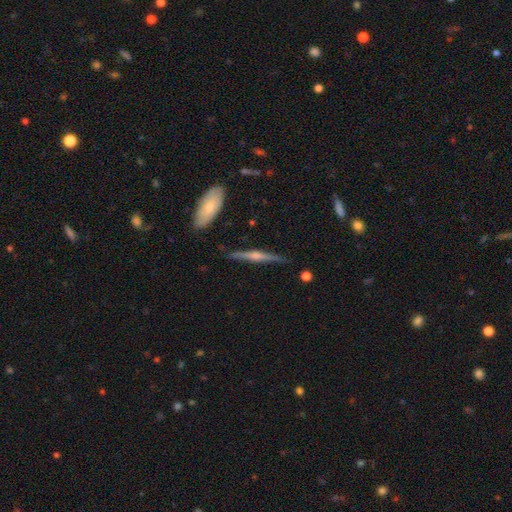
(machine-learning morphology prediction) This appears to be a featured or disk galaxy (74%) viewed edge-on (97%) with a rounded central bulge (80%). Merging: none (86%).